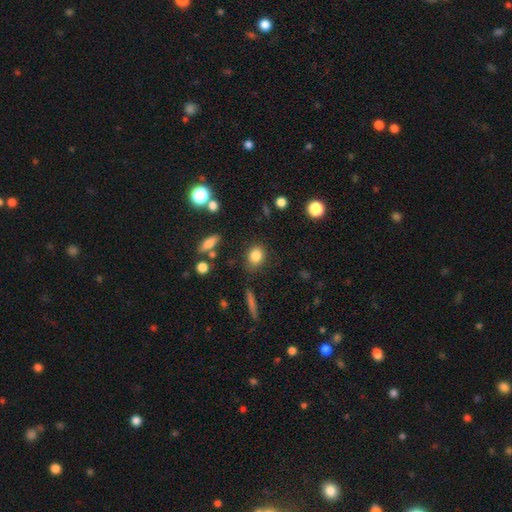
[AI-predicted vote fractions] Morphology: type=smooth (83%); roundness=round (50%); merging=none (77%).